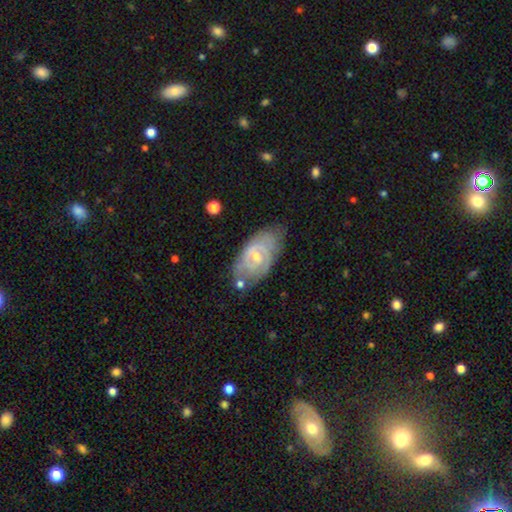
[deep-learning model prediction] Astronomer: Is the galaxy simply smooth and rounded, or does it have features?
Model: featured or disk — 76%.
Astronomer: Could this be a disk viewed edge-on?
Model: no — 94%.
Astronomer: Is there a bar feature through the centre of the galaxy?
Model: weak — 48% (runner-up: no, 41%).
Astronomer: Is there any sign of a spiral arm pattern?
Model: yes — 85%.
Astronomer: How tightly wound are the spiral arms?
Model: tight — 62%.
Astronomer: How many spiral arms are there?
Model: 2 — 45% (runner-up: can't tell, 36%).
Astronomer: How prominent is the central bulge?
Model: small — 56% (runner-up: moderate, 41%).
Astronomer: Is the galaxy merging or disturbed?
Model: none — 64%.